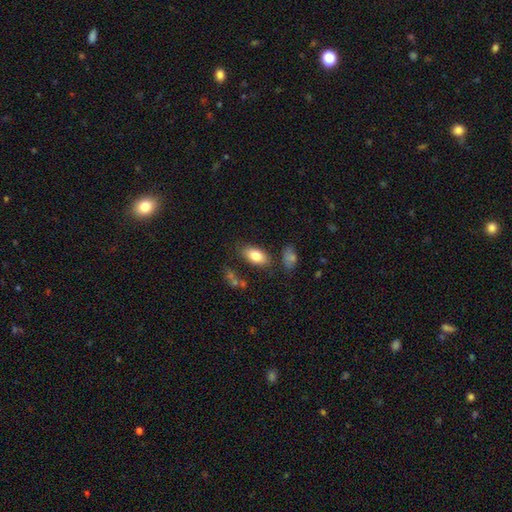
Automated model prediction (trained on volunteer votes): Morphology: type=smooth (82%); roundness=in between (92%); merging=none (76%).